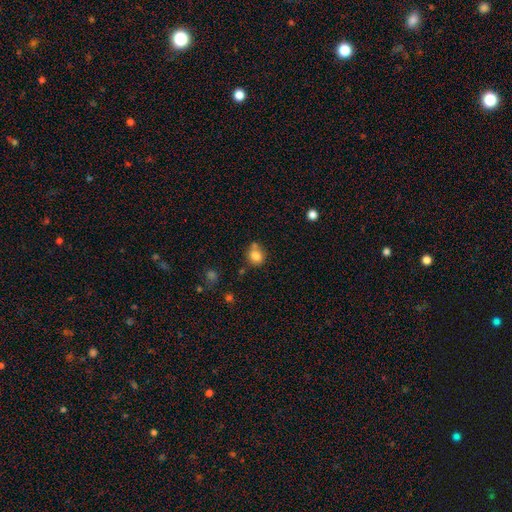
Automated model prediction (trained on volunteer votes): Smooth or featured?
  - smooth: 81% *
  - star or artifact: 11%
  - featured or disk: 9%
How rounded?
  - round: 78% *
  - in between: 21%
  - cigar-shaped: 1%
Merging?
  - none: 61% *
  - merger: 20%
  - minor disturbance: 15%
  - major disturbance: 4%